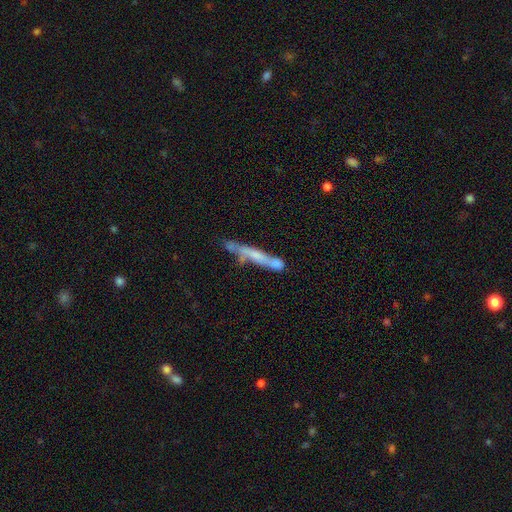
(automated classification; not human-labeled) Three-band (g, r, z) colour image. It shows a featured or disk galaxy (53%) viewed edge-on (73%). Merging: none (48%).